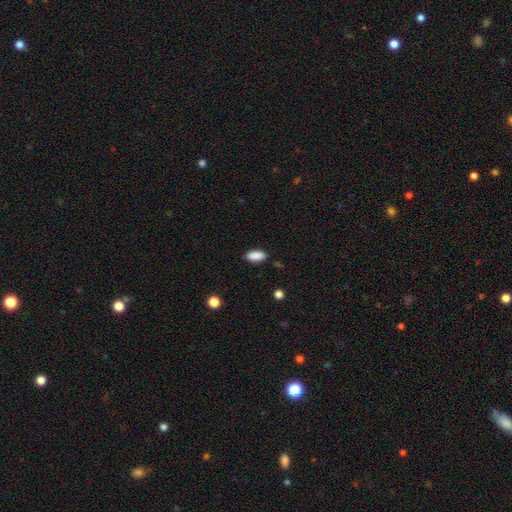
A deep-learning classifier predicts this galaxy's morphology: A smooth galaxy with no disk features (89%) that is in between round and cigar-shaped (87%). Merging: none (87%).